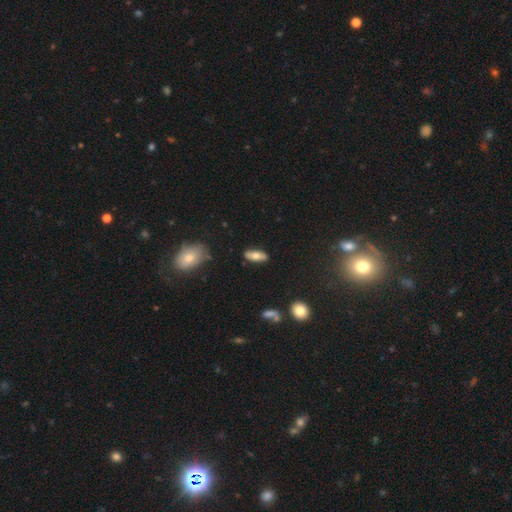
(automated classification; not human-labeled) This appears to be a smooth galaxy with no disk features (64%) that is in between round and cigar-shaped (71%). Merging: none (85%).